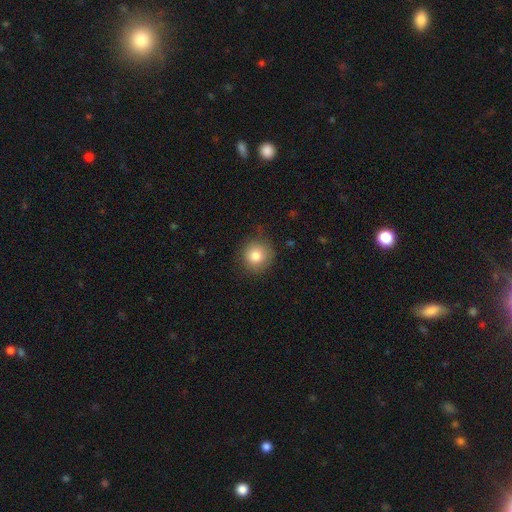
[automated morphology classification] smooth 82%, star or artifact 10%, featured or disk 9%. Down the decision tree: how rounded — round (92%); merging — none (81%).